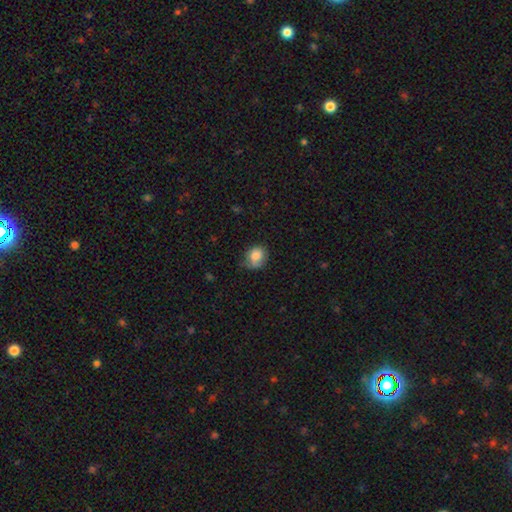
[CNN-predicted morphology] smooth 83%, star or artifact 9%, featured or disk 9%. Down the decision tree: how rounded — round (64%); merging — none (57%).